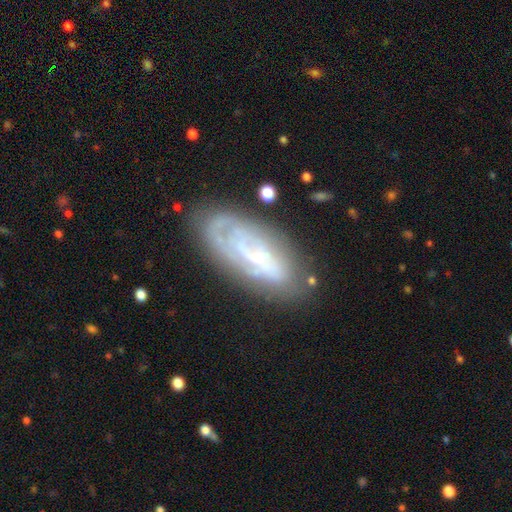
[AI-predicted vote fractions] This appears to be a featured or disk galaxy (66%) with no bar (54%), spiral arms (73%) and a small central bulge (58%). Merging: none (69%).